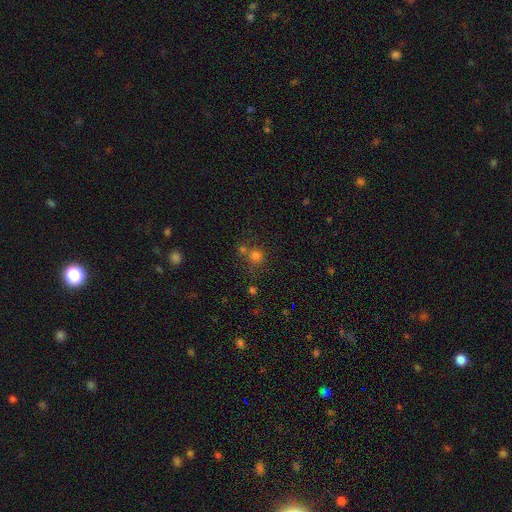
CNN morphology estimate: Smooth or featured? Predicted: smooth (p=0.73). How rounded? Predicted: round (p=0.89). Merging? Predicted: none (p=0.57).